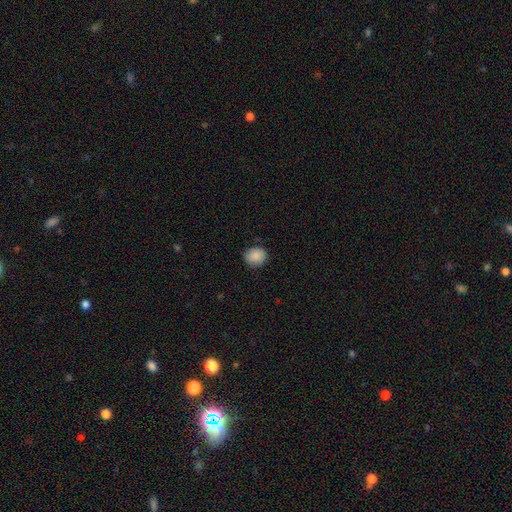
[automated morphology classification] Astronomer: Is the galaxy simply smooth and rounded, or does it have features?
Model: smooth — 88%.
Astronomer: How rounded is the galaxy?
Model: round — 78%.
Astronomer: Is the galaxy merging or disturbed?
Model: none — 84%.